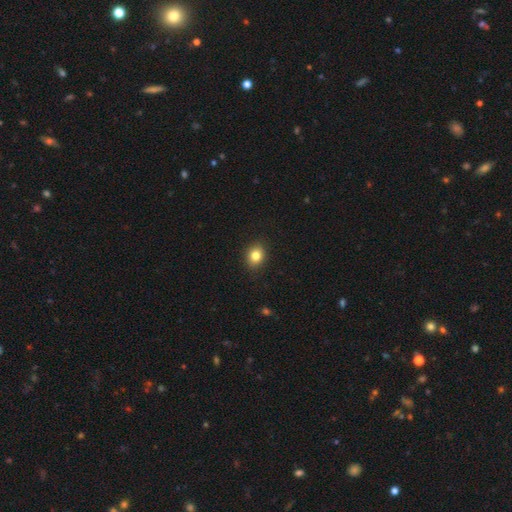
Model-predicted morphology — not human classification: The model was most divided on "how rounded": round: 57%, in between: 42%, cigar-shaped: 1%. More confident: merging — none (90%); smooth or featured — smooth (83%).